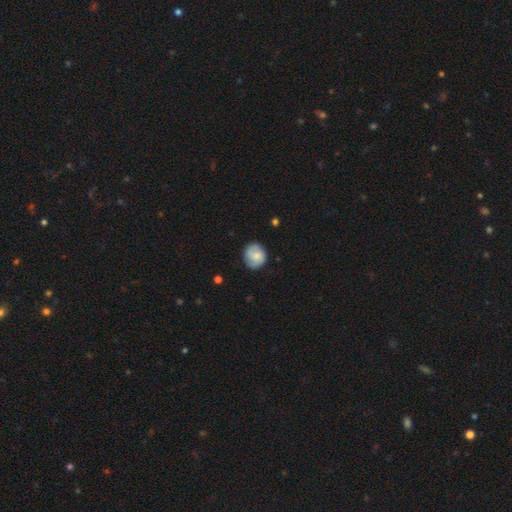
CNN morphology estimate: Smooth or featured? smooth (69%)
How rounded? round (77%)
Merging? none (77%)